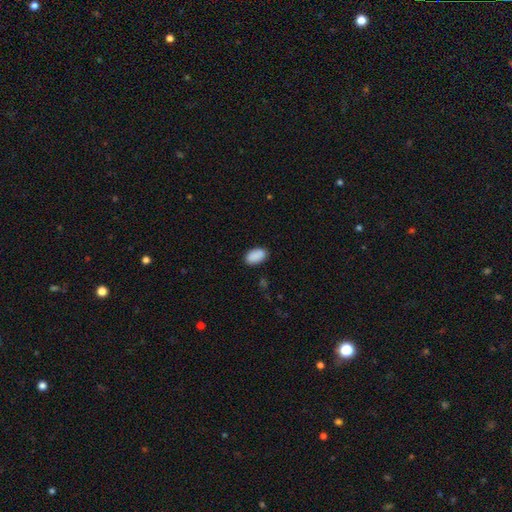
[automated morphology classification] type=smooth (90%); roundness=in between (93%); merging=none (86%).